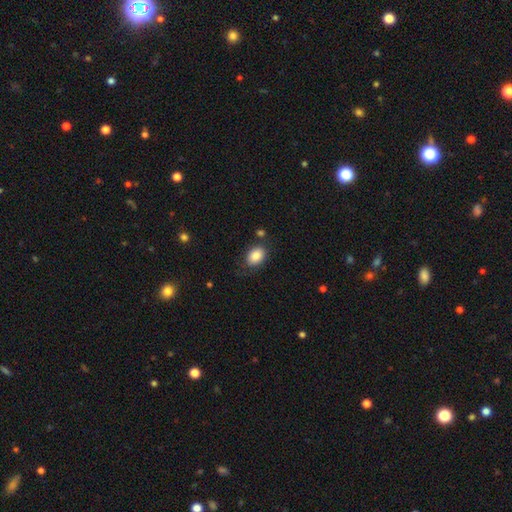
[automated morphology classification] Q: Smooth or featured?
A: smooth (86%); runner-up: star or artifact (8%)
Q: How rounded?
A: in between (79%); runner-up: round (20%)
Q: Merging?
A: none (75%); runner-up: minor disturbance (15%)